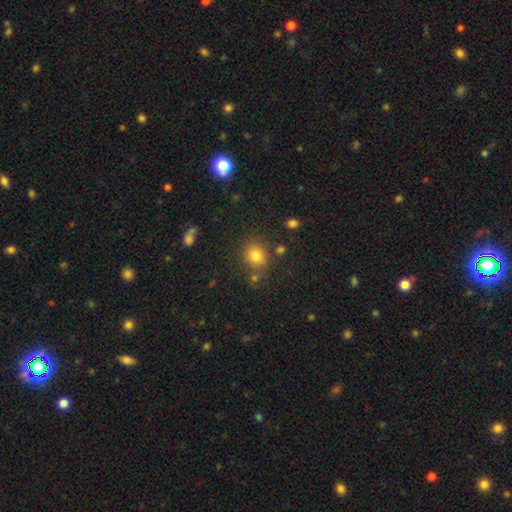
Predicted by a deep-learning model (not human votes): smooth_or_featured: smooth (p=0.79) [alt: star or artifact p=0.14]
how_rounded: round (p=0.79) [alt: in between p=0.20]
merging: none (p=0.77) [alt: minor disturbance p=0.11]